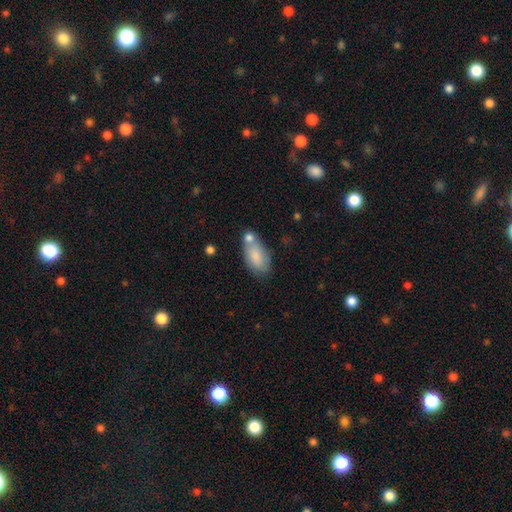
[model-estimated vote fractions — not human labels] Smooth or featured? smooth (80%)
How rounded? in between (91%)
Merging? none (43%)